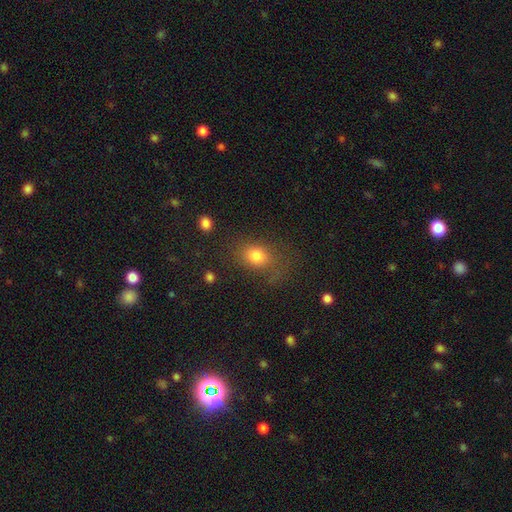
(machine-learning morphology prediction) smooth_or_featured: smooth (p=0.80) [alt: star or artifact p=0.11]
how_rounded: in between (p=0.61) [alt: round p=0.37]
merging: none (p=0.64) [alt: minor disturbance p=0.20]